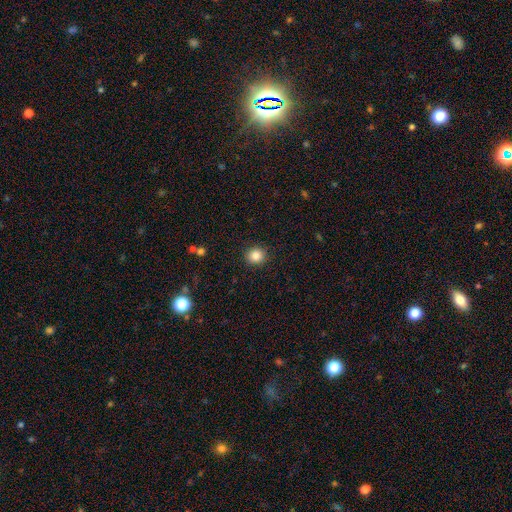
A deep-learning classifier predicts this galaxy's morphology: Overall: smooth (84%). How rounded: round (89%). Merging: none (91%).